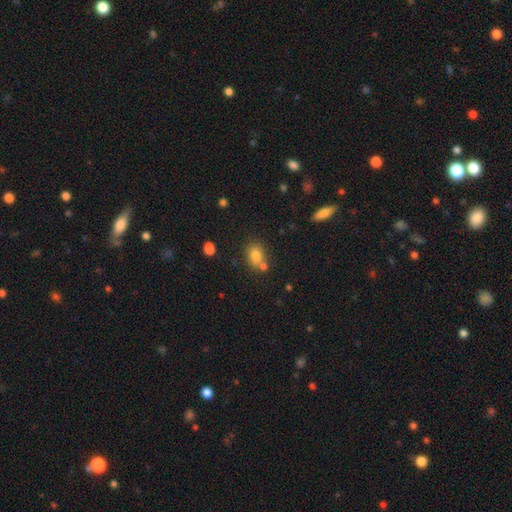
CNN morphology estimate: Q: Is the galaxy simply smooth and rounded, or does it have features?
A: smooth — 79%.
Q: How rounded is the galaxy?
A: in between — 58%.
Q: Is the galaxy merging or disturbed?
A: none — 60%.